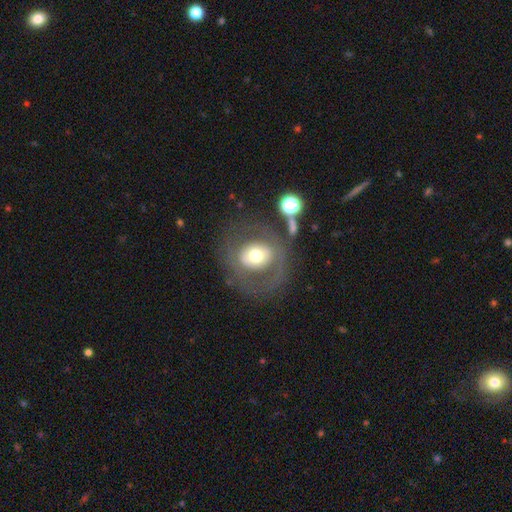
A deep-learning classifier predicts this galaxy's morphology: smooth_or_featured: smooth (p=0.47) [alt: featured or disk p=0.44]
merging: none (p=0.68) [alt: major disturbance p=0.14]